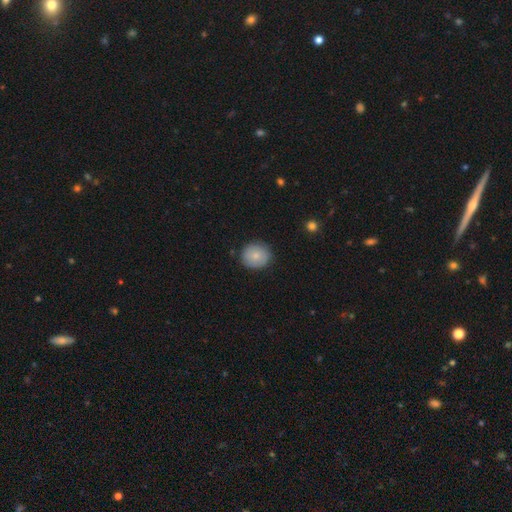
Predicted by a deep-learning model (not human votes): smooth-or-featured: smooth: 81% | featured or disk: 11% | star or artifact: 8%
  how-rounded: round: 86% | in between: 13% | cigar-shaped: 1%
  merging: none: 86% | minor disturbance: 10% | major disturbance: 2% | merger: 1%